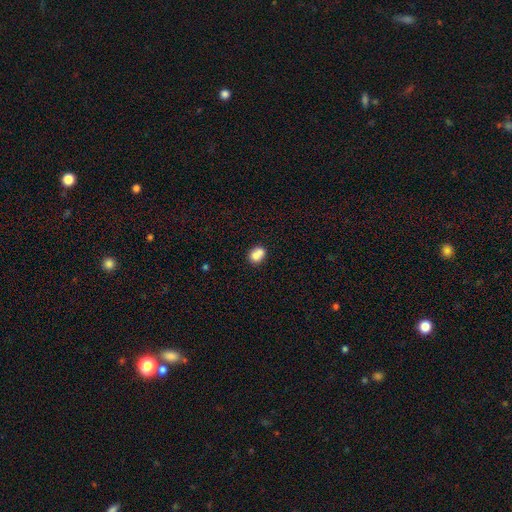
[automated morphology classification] Smooth or featured? smooth (77%)
How rounded? round (51%)
Merging? merger (42%)